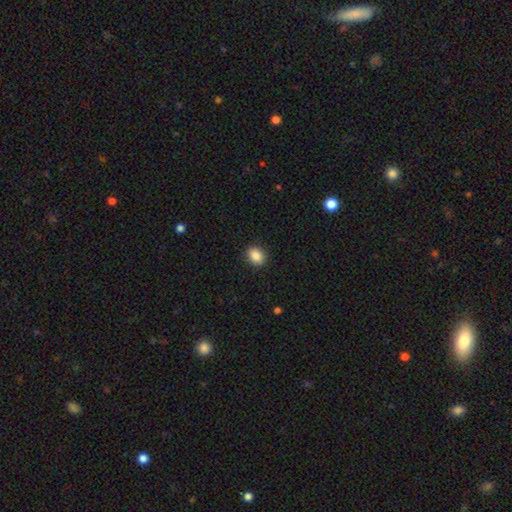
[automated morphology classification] Smooth or featured: smooth — 88% (star or artifact — 9%)
How rounded: in between — 50% (round — 49%)
Merging: none — 90% (minor disturbance — 7%)